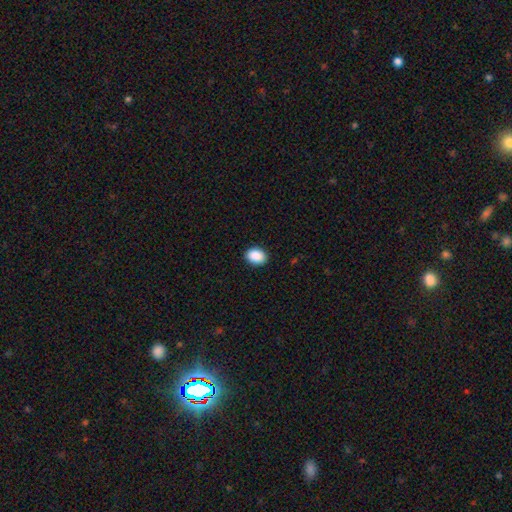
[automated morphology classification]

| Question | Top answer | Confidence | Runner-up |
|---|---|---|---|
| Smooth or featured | smooth | 90% | star or artifact (7%) |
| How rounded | in between | 75% | round (24%) |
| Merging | none | 90% | minor disturbance (7%) |